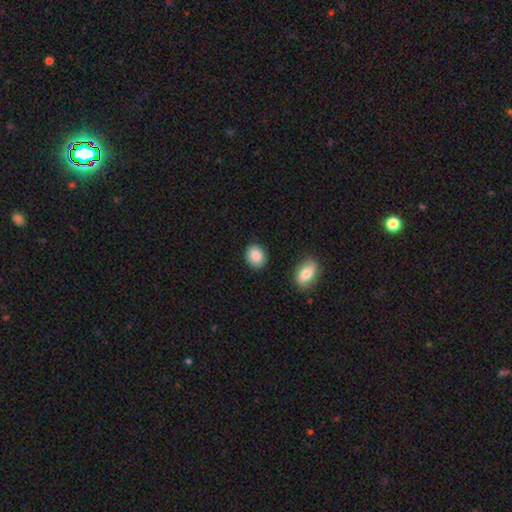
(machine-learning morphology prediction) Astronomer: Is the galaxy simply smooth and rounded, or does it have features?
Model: smooth — 87%.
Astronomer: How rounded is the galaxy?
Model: round — 59% (runner-up: in between, 40%).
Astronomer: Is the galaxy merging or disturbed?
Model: none — 87%.